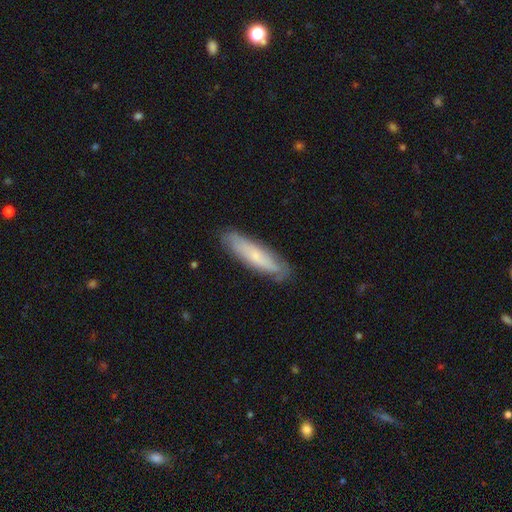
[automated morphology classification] type=smooth (56%); roundness=cigar-shaped (76%); merging=none (81%).